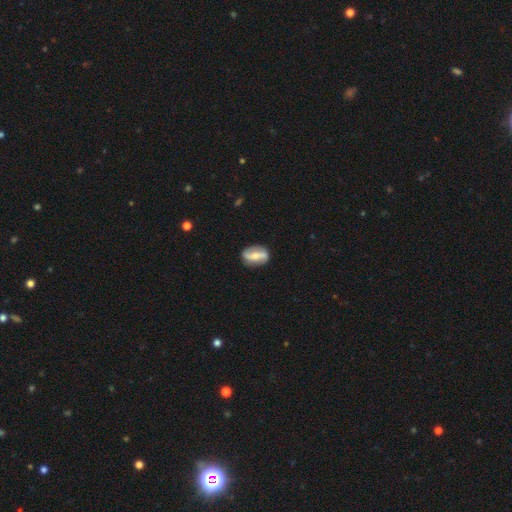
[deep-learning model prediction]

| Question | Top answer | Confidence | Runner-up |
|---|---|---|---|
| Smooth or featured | featured or disk | 73% | smooth (22%) |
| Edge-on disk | no | 94% | yes (6%) |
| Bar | strong | 48% | weak (30%) |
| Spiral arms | yes | 85% | no (15%) |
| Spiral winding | loose | 59% | medium (27%) |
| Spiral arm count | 2 | 90% | can't tell (5%) |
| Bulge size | moderate | 47% | small (44%) |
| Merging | none | 83% | minor disturbance (13%) |